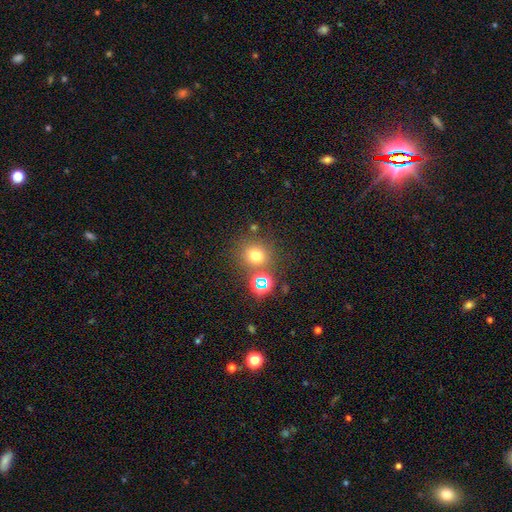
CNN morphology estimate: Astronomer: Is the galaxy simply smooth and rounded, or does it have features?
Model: smooth — 69%.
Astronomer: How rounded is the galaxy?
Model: round — 87%.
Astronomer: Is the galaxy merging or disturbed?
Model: none — 75%.